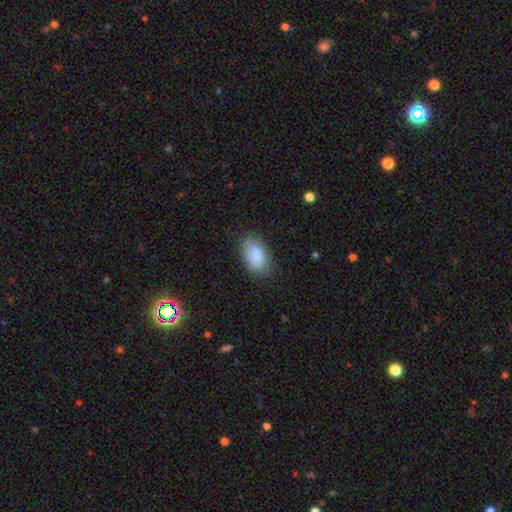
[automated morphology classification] Overall: smooth (86%). How rounded: in between (92%). Merging: none (77%).